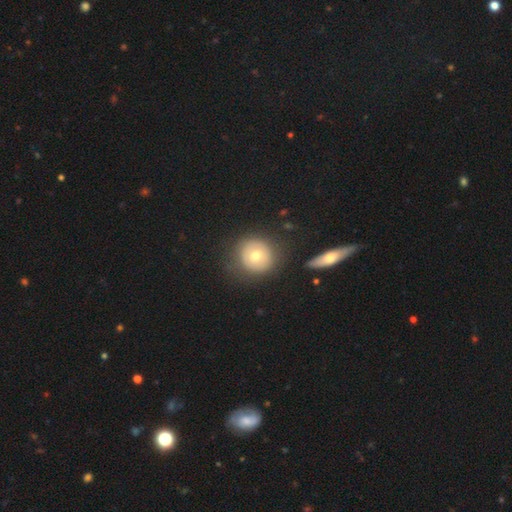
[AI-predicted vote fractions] smooth_or_featured: smooth (p=0.64) [alt: featured or disk p=0.28]
how_rounded: round (p=0.90) [alt: in between p=0.09]
merging: none (p=0.78) [alt: minor disturbance p=0.13]